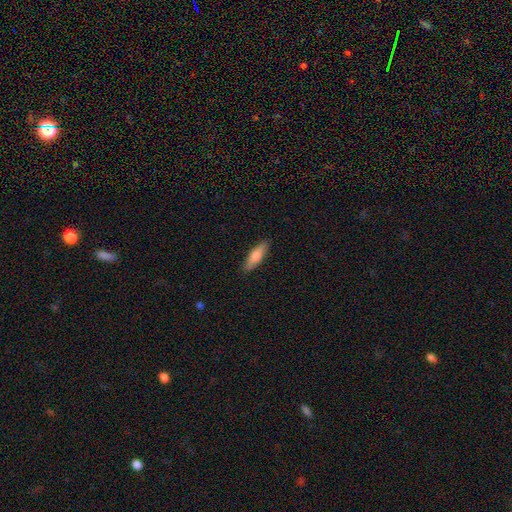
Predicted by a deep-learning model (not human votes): Smooth or featured? smooth (74%)
How rounded? cigar-shaped (55%)
Merging? none (88%)